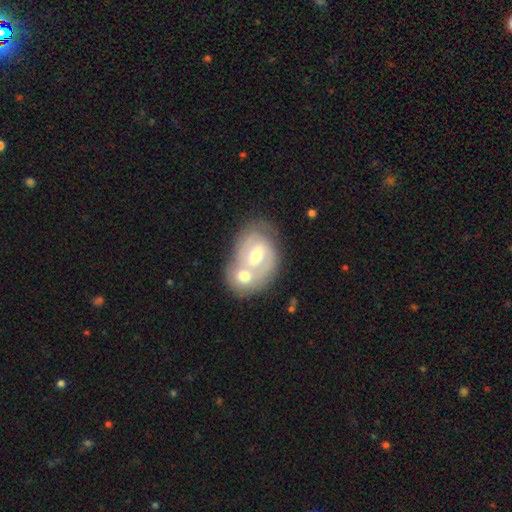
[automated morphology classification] smooth_or_featured: featured or disk (p=0.62) [alt: smooth p=0.32]
disk_edge_on: no (p=0.96) [alt: yes p=0.04]
bar: no (p=0.49) [alt: weak p=0.39]
has_spiral_arms: yes (p=0.61) [alt: no p=0.39]
bulge_size: moderate (p=0.68) [alt: small p=0.25]
merging: merger (p=0.65) [alt: none p=0.22]